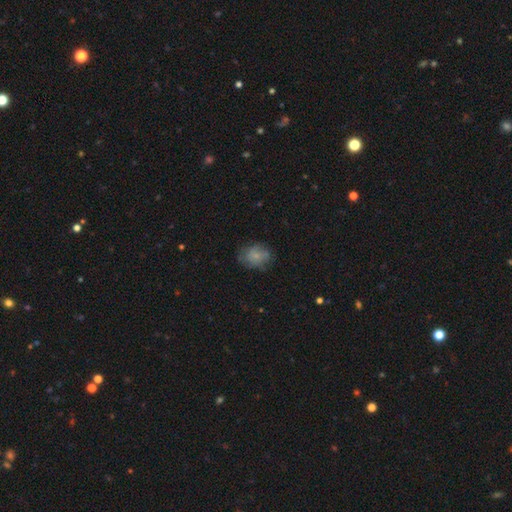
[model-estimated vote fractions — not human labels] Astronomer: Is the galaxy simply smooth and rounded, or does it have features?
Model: smooth — 66%.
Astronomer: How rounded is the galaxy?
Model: in between — 53% (runner-up: round, 46%).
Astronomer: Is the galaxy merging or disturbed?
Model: none — 61%.